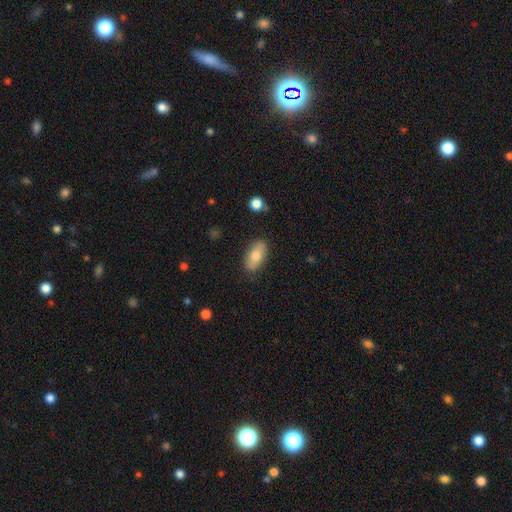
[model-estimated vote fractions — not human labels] Smooth or featured?
  - smooth: 75% *
  - featured or disk: 18%
  - star or artifact: 7%
How rounded?
  - in between: 87% *
  - cigar-shaped: 9%
  - round: 3%
Merging?
  - none: 85% *
  - minor disturbance: 11%
  - major disturbance: 2%
  - merger: 1%